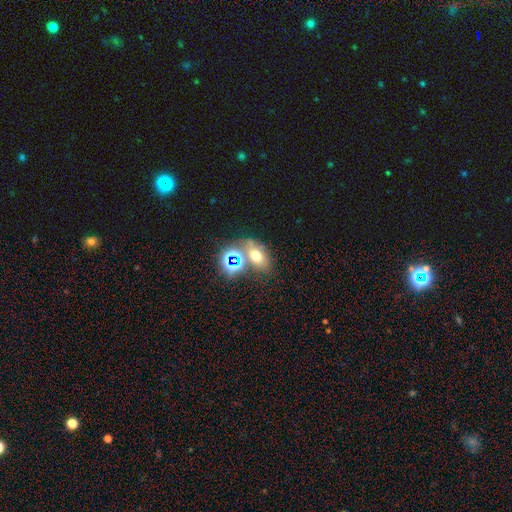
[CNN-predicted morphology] smooth_or_featured: smooth (p=0.53) [alt: star or artifact p=0.31]
how_rounded: in between (p=0.71) [alt: round p=0.27]
merging: none (p=0.53) [alt: merger p=0.28]